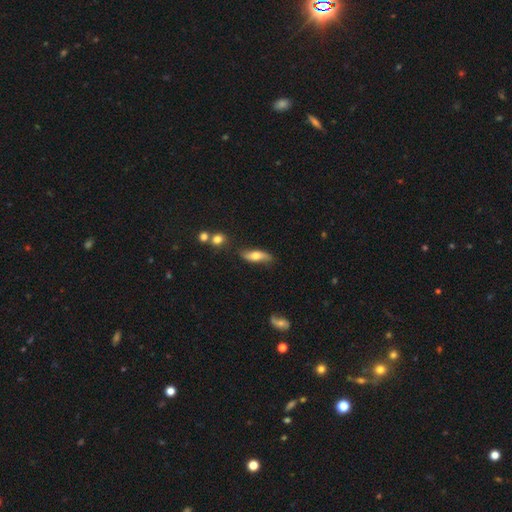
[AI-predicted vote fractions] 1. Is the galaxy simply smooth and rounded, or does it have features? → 53% smooth, 40% featured or disk, 7% star or artifact.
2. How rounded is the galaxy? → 54% in between, 42% cigar-shaped, 4% round.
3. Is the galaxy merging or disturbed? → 69% none, 23% minor disturbance, 6% major disturbance, 3% merger.